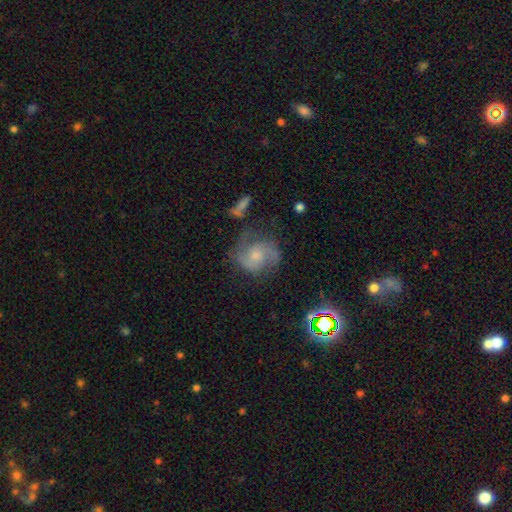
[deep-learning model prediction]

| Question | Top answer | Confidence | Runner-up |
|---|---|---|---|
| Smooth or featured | featured or disk | 77% | smooth (14%) |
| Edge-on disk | no | 98% | yes (2%) |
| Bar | no | 63% | weak (31%) |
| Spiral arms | yes | 94% | no (6%) |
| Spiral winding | medium | 52% | tight (28%) |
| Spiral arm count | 2 | 82% | can't tell (8%) |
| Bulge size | small | 46% | moderate (41%) |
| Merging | none | 63% | minor disturbance (20%) |